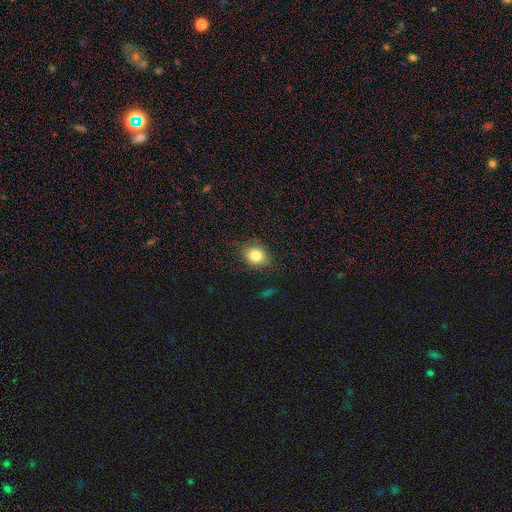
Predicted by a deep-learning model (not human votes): Smooth or featured? Predicted: smooth (p=0.82). How rounded? Predicted: round (p=0.52). Merging? Predicted: none (p=0.82).